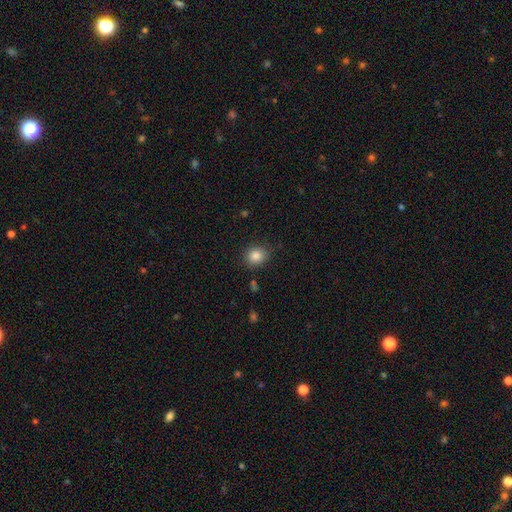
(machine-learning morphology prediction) smooth_or_featured: smooth (p=0.85) [alt: star or artifact p=0.10]
how_rounded: round (p=0.71) [alt: in between p=0.29]
merging: none (p=0.83) [alt: minor disturbance p=0.12]